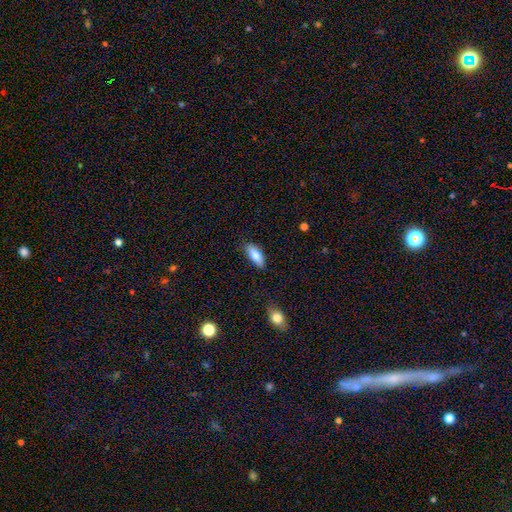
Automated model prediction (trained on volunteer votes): A smooth galaxy with no disk features (79%) that is in between round and cigar-shaped (77%).

Vote fractions:
- Smooth or featured? smooth: 79% / featured or disk: 14% / star or artifact: 7%
- How rounded? in between: 77% / cigar-shaped: 21% / round: 2%
- Merging? none: 81% / minor disturbance: 14% / major disturbance: 3% / merger: 2%